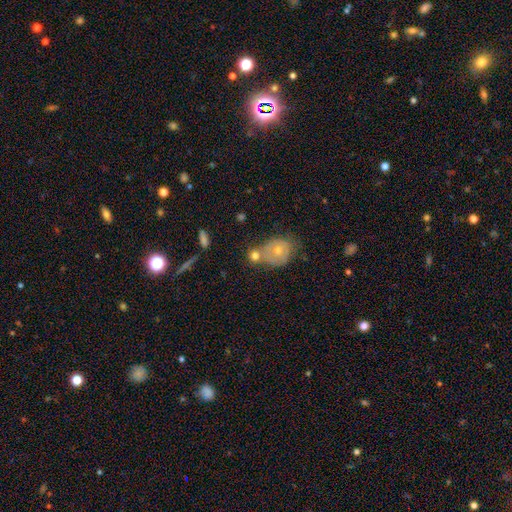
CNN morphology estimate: A smooth galaxy with no disk features (58%) that is round (68%).

Vote fractions:
- Smooth or featured? smooth: 58% / featured or disk: 28% / star or artifact: 13%
- How rounded? round: 68% / in between: 30% / cigar-shaped: 2%
- Merging? none: 47% / merger: 33% / minor disturbance: 14% / major disturbance: 6%